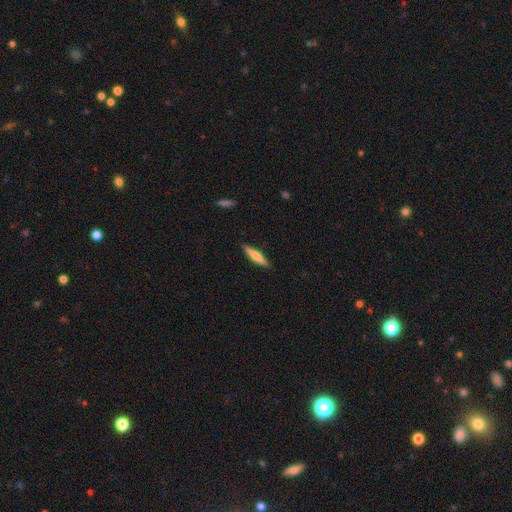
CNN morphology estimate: Smooth or featured?
  - smooth: 53% *
  - featured or disk: 41%
  - star or artifact: 6%
How rounded?
  - cigar-shaped: 84% *
  - in between: 15%
  - round: 2%
Merging?
  - none: 89% *
  - minor disturbance: 8%
  - major disturbance: 2%
  - merger: 1%